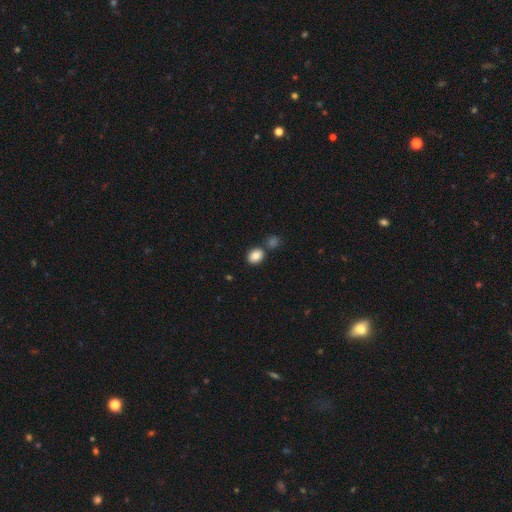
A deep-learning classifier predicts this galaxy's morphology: This appears to be a smooth galaxy with no disk features (86%) that is in between round and cigar-shaped (59%). Merging: none (70%).